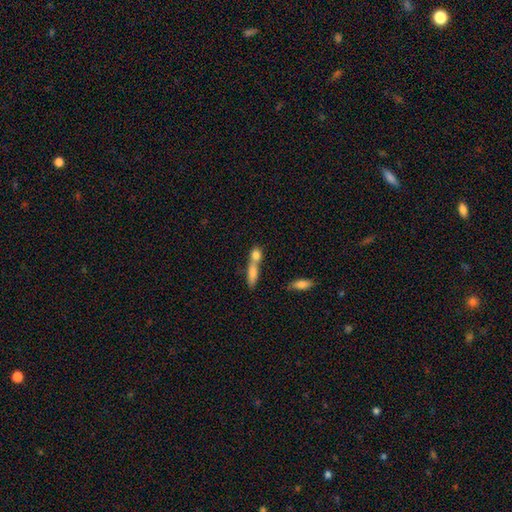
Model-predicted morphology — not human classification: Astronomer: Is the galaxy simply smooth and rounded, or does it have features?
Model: smooth — 77%.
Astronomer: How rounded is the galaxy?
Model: in between — 44% (runner-up: round, 29%).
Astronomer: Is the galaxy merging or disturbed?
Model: merger — 59%.